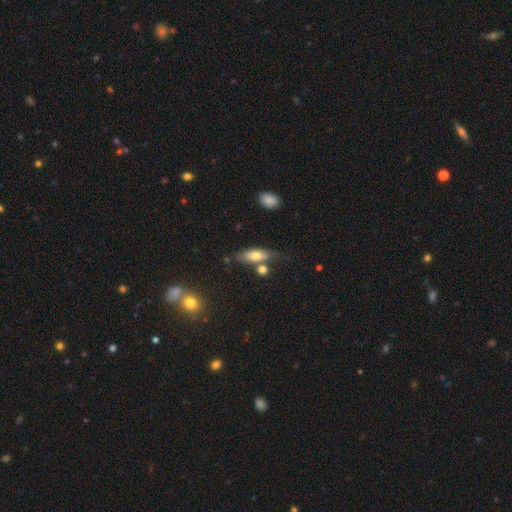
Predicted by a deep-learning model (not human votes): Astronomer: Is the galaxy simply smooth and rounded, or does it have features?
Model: smooth — 69%.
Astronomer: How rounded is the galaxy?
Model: in between — 64%.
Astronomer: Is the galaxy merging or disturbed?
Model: none — 59%.